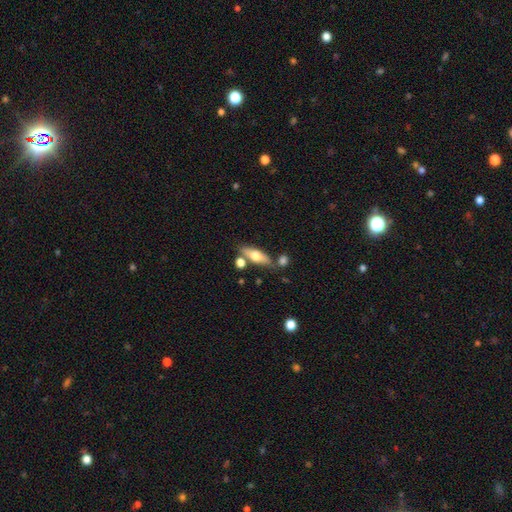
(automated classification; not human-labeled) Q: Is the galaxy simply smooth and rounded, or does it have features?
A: smooth — 55%.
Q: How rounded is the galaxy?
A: in between — 59%.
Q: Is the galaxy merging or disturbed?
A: none — 69%.